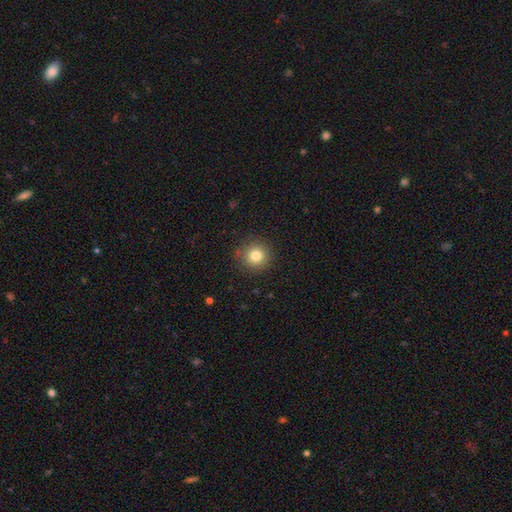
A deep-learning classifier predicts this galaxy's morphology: A smooth galaxy with no disk features (81%) that is round (94%).

Vote fractions:
- Smooth or featured? smooth: 81% / star or artifact: 12% / featured or disk: 7%
- How rounded? round: 94% / in between: 5% / cigar-shaped: 1%
- Merging? none: 89% / minor disturbance: 8% / major disturbance: 3% / merger: 1%